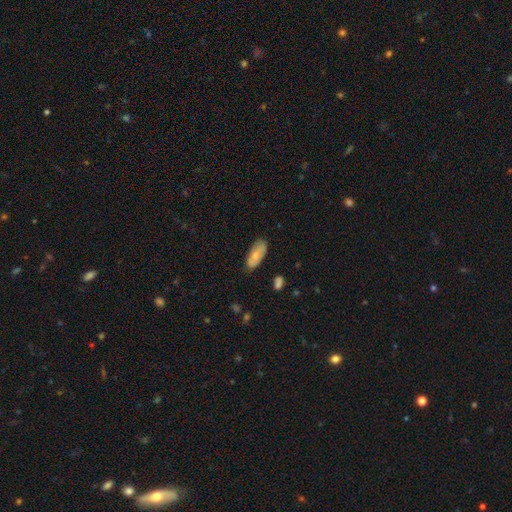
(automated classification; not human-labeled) Morphology: type=smooth (68%); roundness=in between (87%); merging=none (75%).